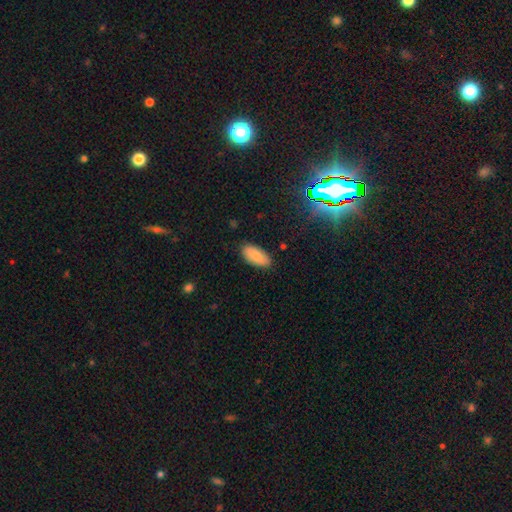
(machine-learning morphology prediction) Smooth or featured?
  - smooth: 82% *
  - featured or disk: 11%
  - star or artifact: 7%
How rounded?
  - in between: 91% *
  - cigar-shaped: 7%
  - round: 2%
Merging?
  - none: 86% *
  - minor disturbance: 11%
  - major disturbance: 2%
  - merger: 1%